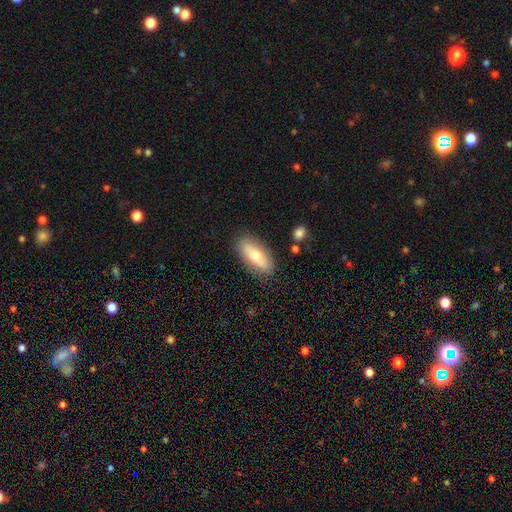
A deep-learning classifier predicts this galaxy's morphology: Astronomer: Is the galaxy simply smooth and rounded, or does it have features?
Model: smooth — 64%.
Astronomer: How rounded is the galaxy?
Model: in between — 77%.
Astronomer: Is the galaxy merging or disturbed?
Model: none — 84%.